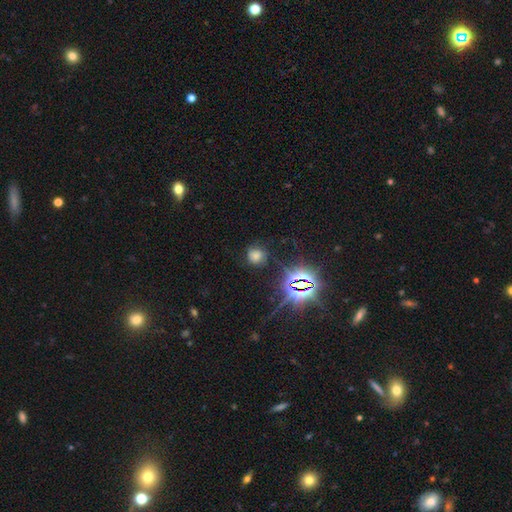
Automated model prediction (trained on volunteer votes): Smooth or featured? Predicted: smooth (p=0.57). How rounded? Predicted: round (p=0.81). Merging? Predicted: none (p=0.73).